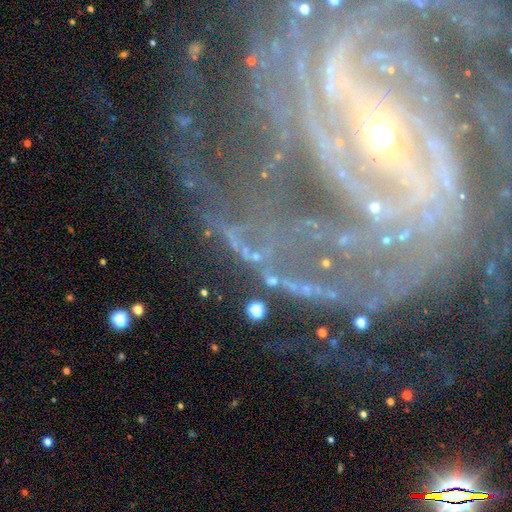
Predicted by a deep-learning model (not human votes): This appears to be a star or artifact, not a galaxy (53%).